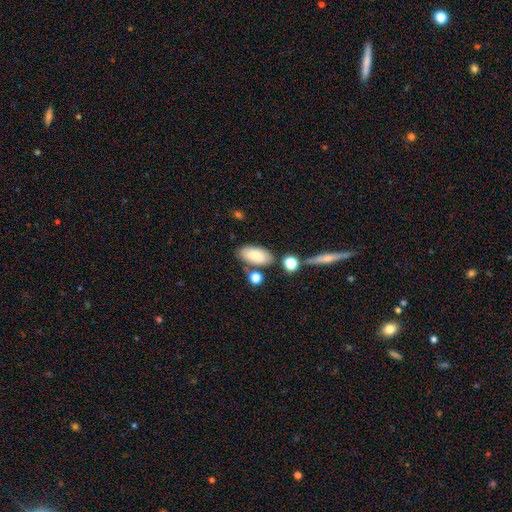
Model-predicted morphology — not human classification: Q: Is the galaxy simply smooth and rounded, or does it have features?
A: smooth — 79%.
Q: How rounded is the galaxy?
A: in between — 91%.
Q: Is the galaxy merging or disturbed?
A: none — 69%.